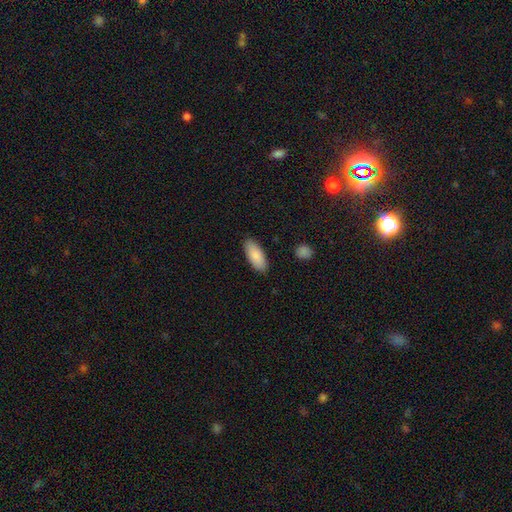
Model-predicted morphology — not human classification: This is clearly a smooth galaxy (87%). How rounded: clearly in between (84%). Merging: clearly none (87%).